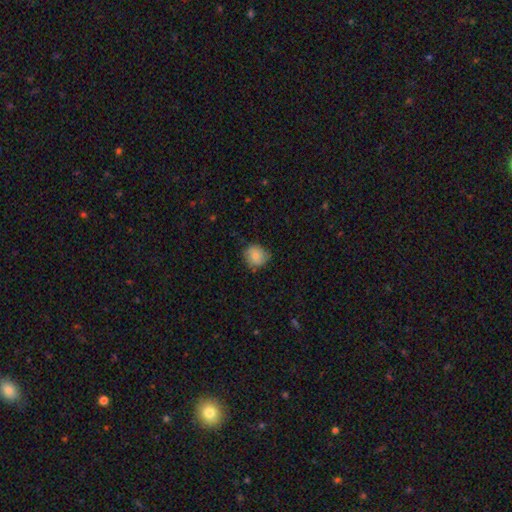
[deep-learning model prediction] This appears to be a smooth galaxy with no disk features (71%) that is round (79%). Merging: none (67%).